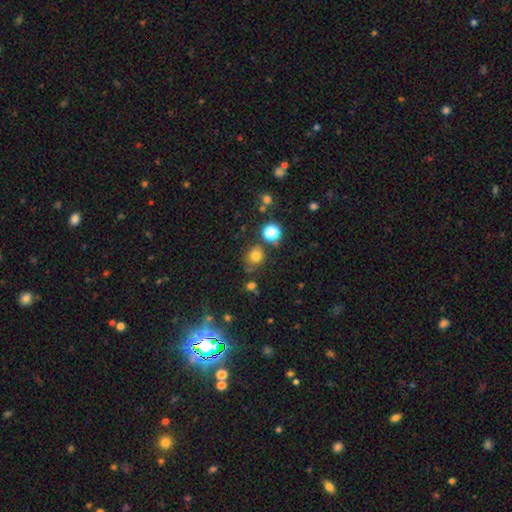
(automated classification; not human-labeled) A smooth galaxy with no disk features (76%) that is round (72%).

Vote fractions:
- Smooth or featured? smooth: 76% / star or artifact: 17% / featured or disk: 7%
- How rounded? round: 72% / in between: 27% / cigar-shaped: 1%
- Merging? none: 68% / minor disturbance: 17% / merger: 9% / major disturbance: 6%